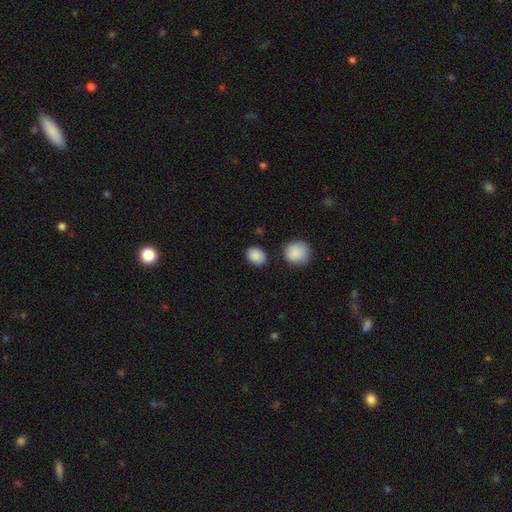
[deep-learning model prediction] smooth_or_featured: smooth (p=0.88) [alt: star or artifact p=0.08]
how_rounded: in between (p=0.57) [alt: round p=0.42]
merging: none (p=0.81) [alt: minor disturbance p=0.11]